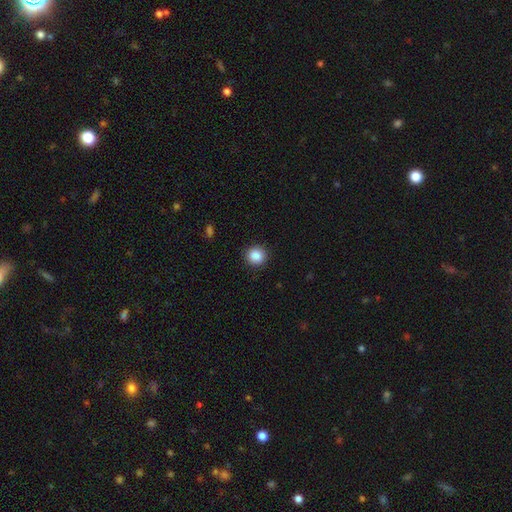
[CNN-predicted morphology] A smooth galaxy with no disk features (88%) that is round (90%). Merging: none (91%).